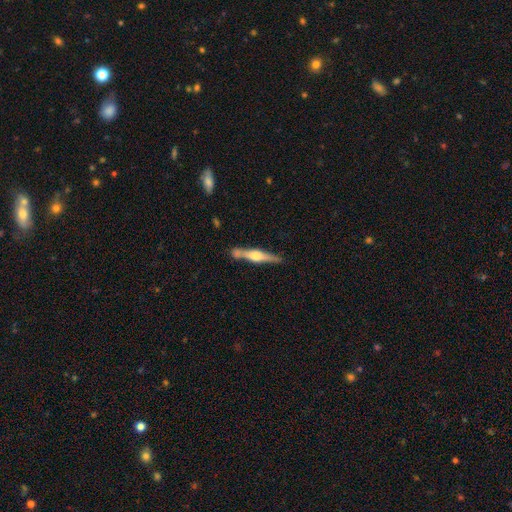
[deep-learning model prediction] smooth-or-featured: featured or disk: 69% | smooth: 26% | star or artifact: 5%
  disk-edge-on: yes: 97% | no: 3%
    edge-on-bulge: rounded: 87% | boxy: 9% | none: 4%
  merging: none: 76% | minor disturbance: 13% | merger: 8% | major disturbance: 3%